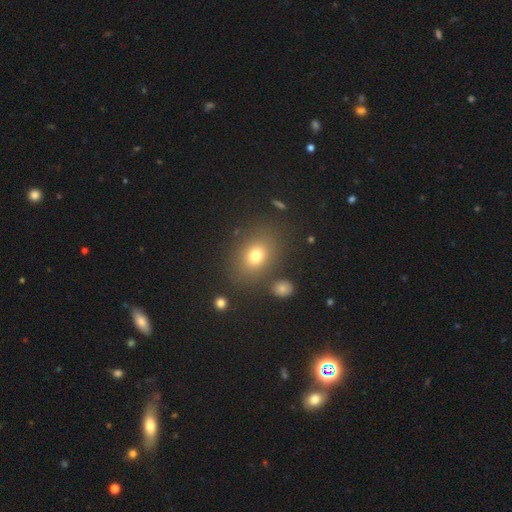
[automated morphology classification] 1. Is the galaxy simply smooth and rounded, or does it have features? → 74% smooth, 15% star or artifact, 11% featured or disk.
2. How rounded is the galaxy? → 55% in between, 44% round, 1% cigar-shaped.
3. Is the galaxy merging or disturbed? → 81% none, 10% minor disturbance, 5% merger, 5% major disturbance.